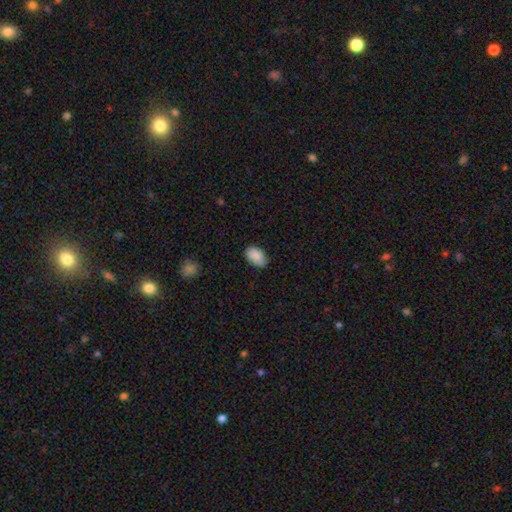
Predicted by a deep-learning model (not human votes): Smooth or featured? smooth (89%)
How rounded? in between (91%)
Merging? none (77%)